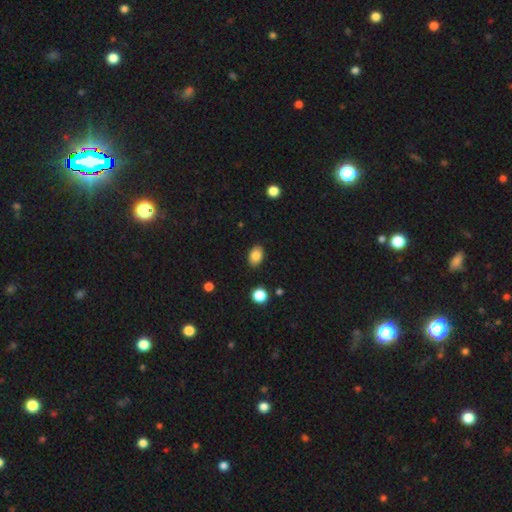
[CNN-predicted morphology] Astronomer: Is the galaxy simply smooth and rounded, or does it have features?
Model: smooth — 84%.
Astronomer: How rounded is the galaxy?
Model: in between — 83%.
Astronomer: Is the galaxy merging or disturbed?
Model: none — 87%.